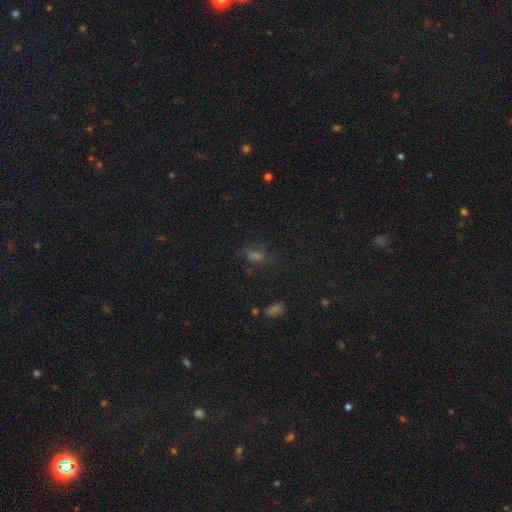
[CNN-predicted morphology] star or artifact 44%, smooth 40%, featured or disk 16%.